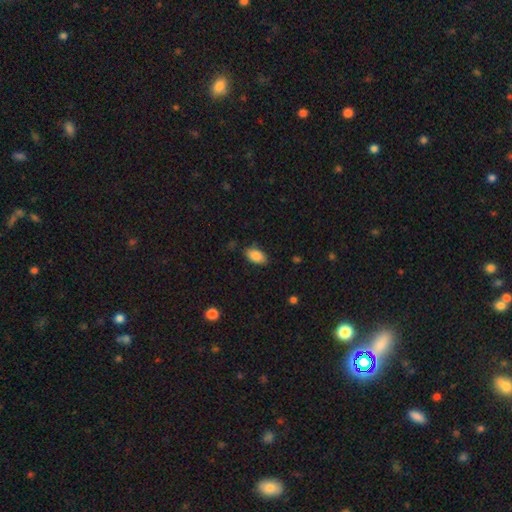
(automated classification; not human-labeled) This appears to be a smooth galaxy with no disk features (87%) that is in between round and cigar-shaped (93%). Merging: none (82%).